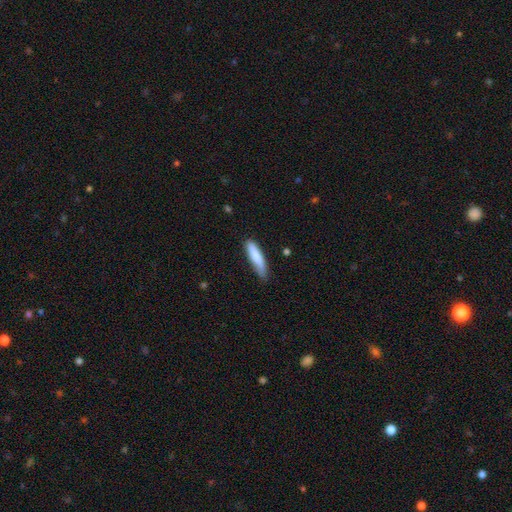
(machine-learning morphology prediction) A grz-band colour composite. It shows a smooth galaxy with no disk features (81%) that is cigar-shaped (82%). Merging: none (69%).